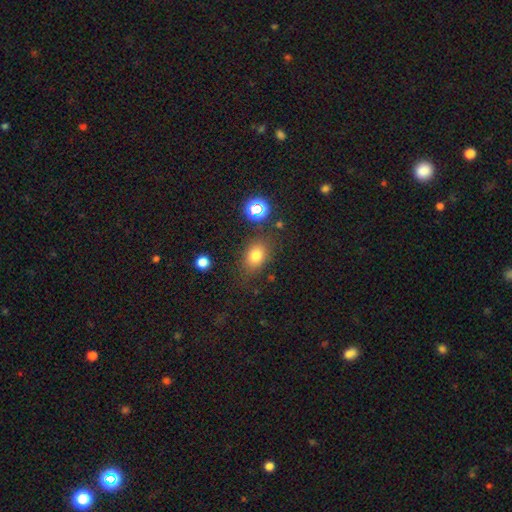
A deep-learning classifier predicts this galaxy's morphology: type=smooth (76%); roundness=in between (68%); merging=none (77%).